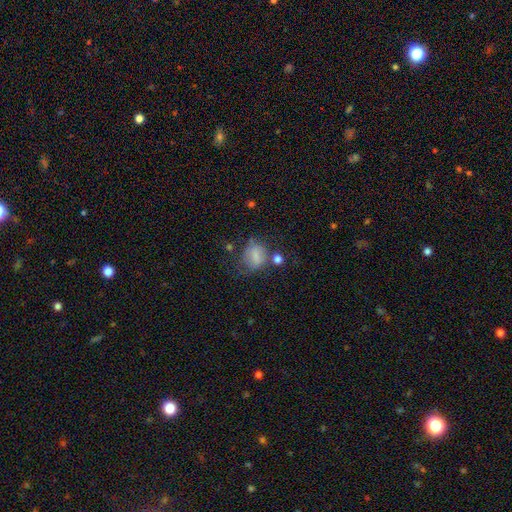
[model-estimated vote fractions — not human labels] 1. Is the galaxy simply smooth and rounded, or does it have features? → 71% smooth, 17% featured or disk, 12% star or artifact.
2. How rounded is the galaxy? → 53% round, 46% in between, 2% cigar-shaped.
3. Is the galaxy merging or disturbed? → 46% none, 25% minor disturbance, 17% major disturbance, 12% merger.